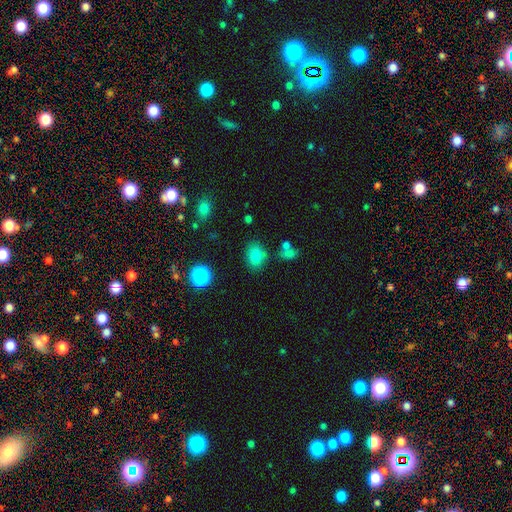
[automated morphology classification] Smooth or featured? smooth (80%)
How rounded? in between (68%)
Merging? none (73%)